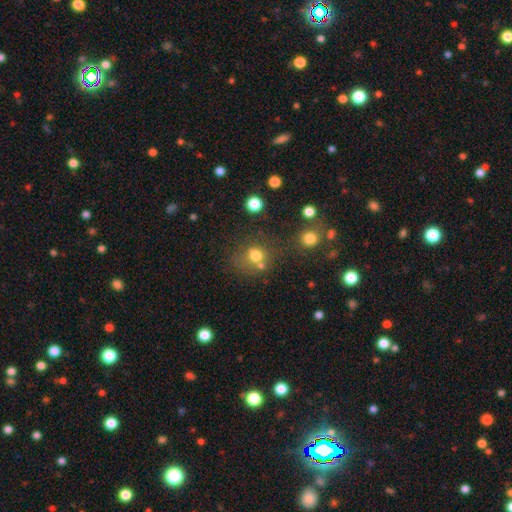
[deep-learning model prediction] smooth 73%, star or artifact 17%, featured or disk 11%. Down the decision tree: how rounded — round (80%); merging — none (56%).